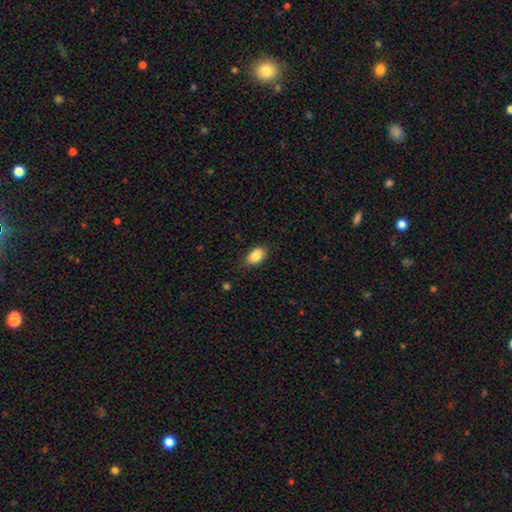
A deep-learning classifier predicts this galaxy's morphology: A smooth galaxy with no disk features (86%) that is in between round and cigar-shaped (89%).

Vote fractions:
- Smooth or featured? smooth: 86% / star or artifact: 8% / featured or disk: 6%
- How rounded? in between: 89% / round: 9% / cigar-shaped: 2%
- Merging? none: 76% / minor disturbance: 19% / major disturbance: 4% / merger: 1%